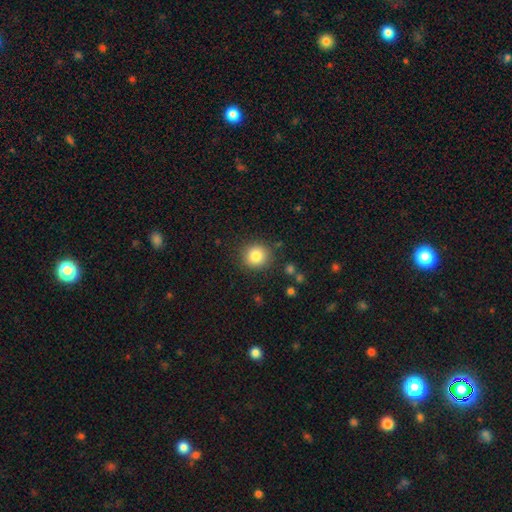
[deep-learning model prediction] smooth 84%, star or artifact 10%, featured or disk 6%. Down the decision tree: how rounded — round (90%); merging — none (87%).